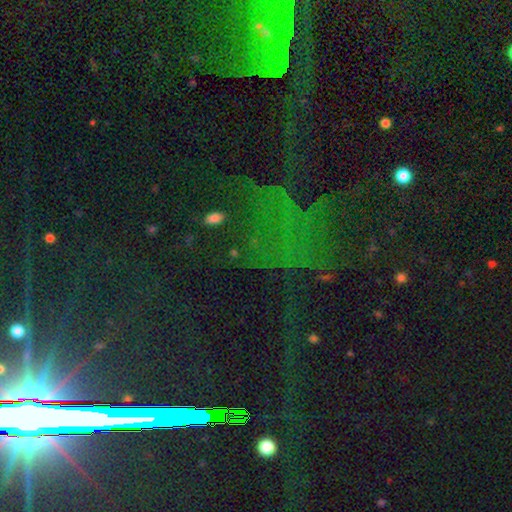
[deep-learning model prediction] Smooth or featured? Predicted: star or artifact (p=0.77).